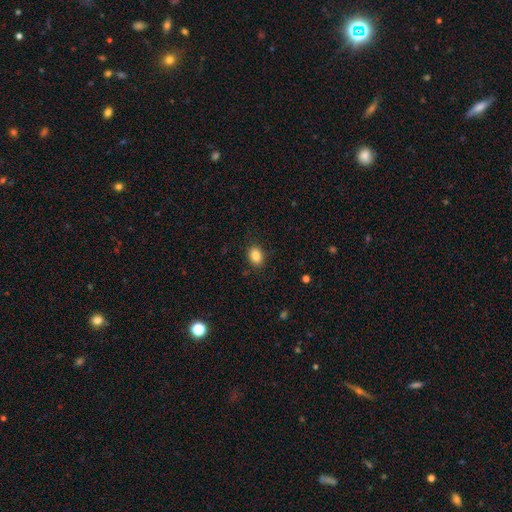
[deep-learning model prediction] smooth 86%, star or artifact 9%, featured or disk 5%. Down the decision tree: how rounded — in between (71%); merging — none (87%).